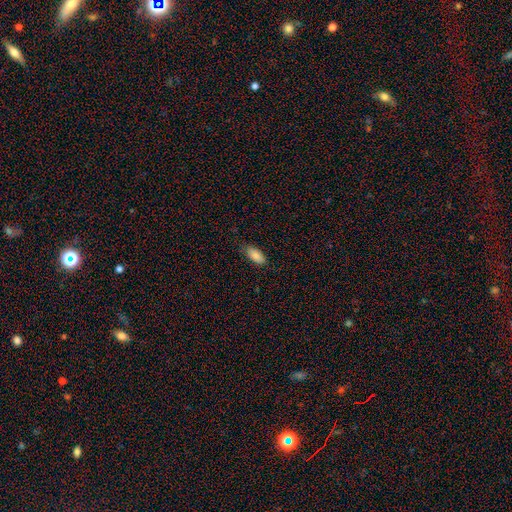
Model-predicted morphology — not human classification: This is clearly a smooth galaxy (88%). How rounded: clearly in between (87%). Merging: likely none (80%).